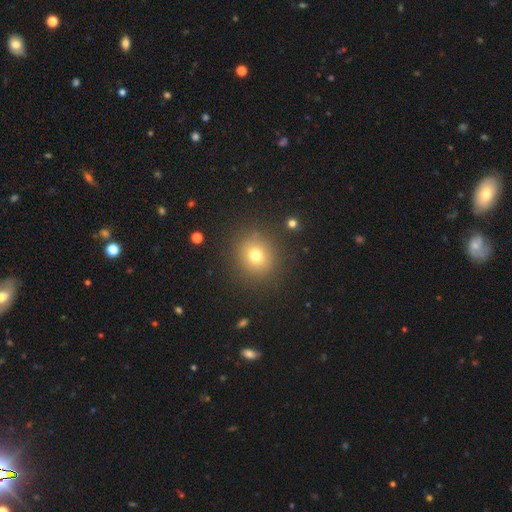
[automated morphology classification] smooth 73%, star or artifact 16%, featured or disk 11%. Down the decision tree: how rounded — round (86%); merging — none (87%).